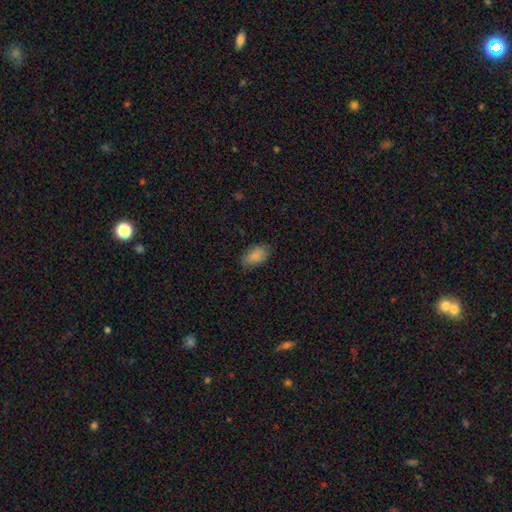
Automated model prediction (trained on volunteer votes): Q: Smooth or featured?
A: smooth (87%); runner-up: star or artifact (8%)
Q: How rounded?
A: in between (90%); runner-up: round (8%)
Q: Merging?
A: none (78%); runner-up: minor disturbance (17%)